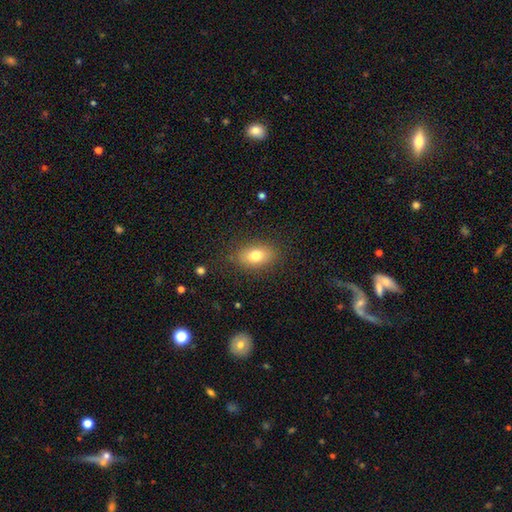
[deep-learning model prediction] Overall: smooth (78%). How rounded: in between (83%). Merging: none (85%).